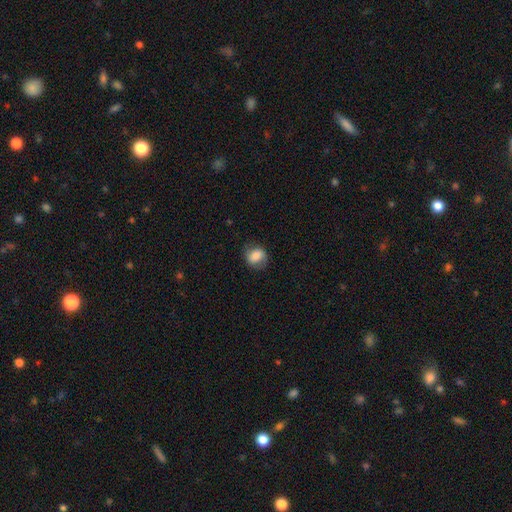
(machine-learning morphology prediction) This appears to be a smooth galaxy with no disk features (76%) that is round (61%). Merging: none (73%).